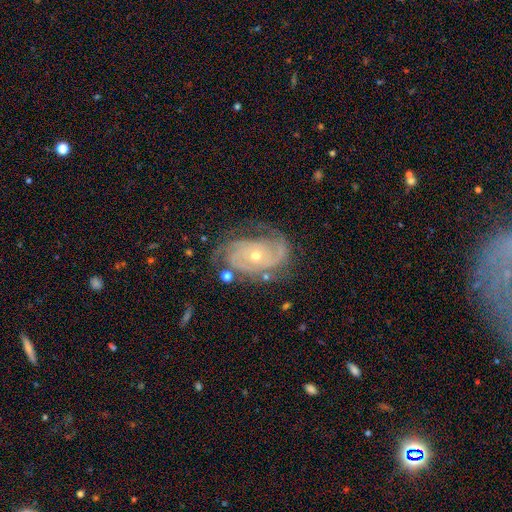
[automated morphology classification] smooth_or_featured: featured or disk (p=0.90) [alt: star or artifact p=0.05]
disk_edge_on: no (p=0.97) [alt: yes p=0.03]
bar: no (p=0.75) [alt: weak p=0.19]
has_spiral_arms: yes (p=0.97) [alt: no p=0.03]
spiral_winding: tight (p=0.64) [alt: medium p=0.30]
spiral_arm_count: 2 (p=0.36) [alt: 3 p=0.32]
bulge_size: small (p=0.53) [alt: moderate p=0.44]
merging: none (p=0.68) [alt: minor disturbance p=0.20]